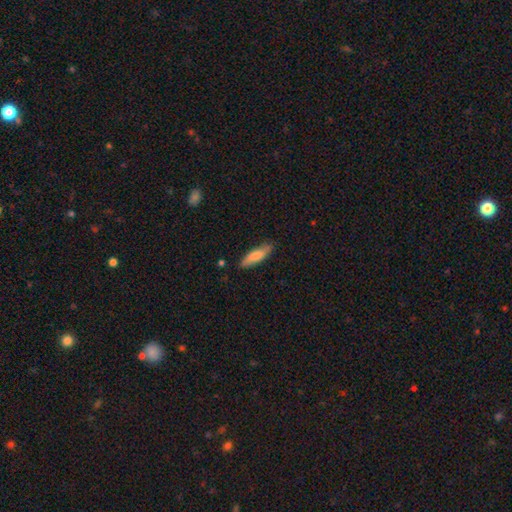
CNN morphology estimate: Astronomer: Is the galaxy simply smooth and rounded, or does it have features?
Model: smooth — 76%.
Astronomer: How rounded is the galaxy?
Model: cigar-shaped — 60% (runner-up: in between, 38%).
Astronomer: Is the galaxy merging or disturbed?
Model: none — 82%.